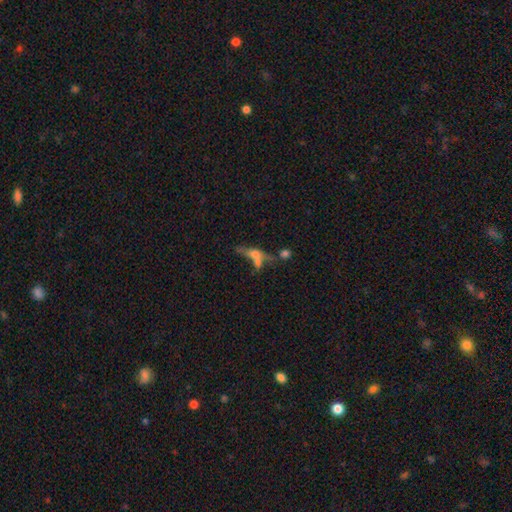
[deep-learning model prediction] Smooth or featured?
  - featured or disk: 44% *
  - smooth: 40%
  - star or artifact: 16%
Merging?
  - merger: 39% *
  - none: 33%
  - major disturbance: 15%
  - minor disturbance: 13%